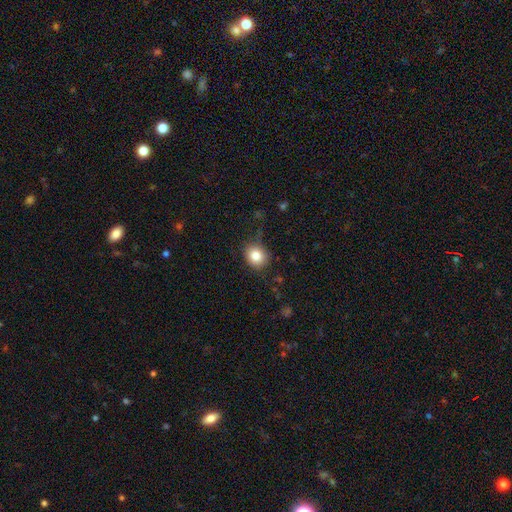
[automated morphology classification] This appears to be a smooth galaxy with no disk features (81%) that is round (76%). Merging: none (80%).